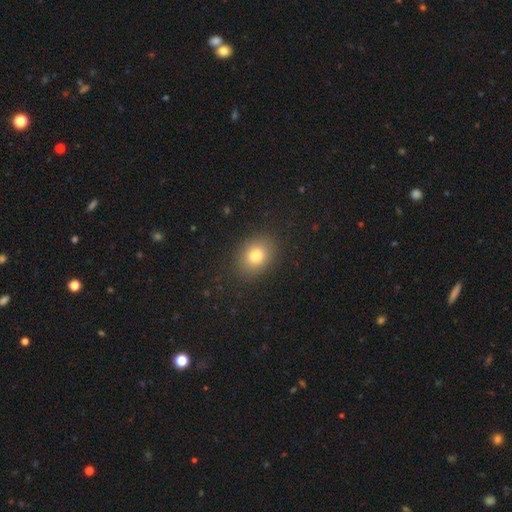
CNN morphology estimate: Smooth or featured?
  - smooth: 79% *
  - star or artifact: 12%
  - featured or disk: 9%
How rounded?
  - in between: 54% *
  - round: 45%
  - cigar-shaped: 1%
Merging?
  - none: 88% *
  - minor disturbance: 8%
  - major disturbance: 3%
  - merger: 1%